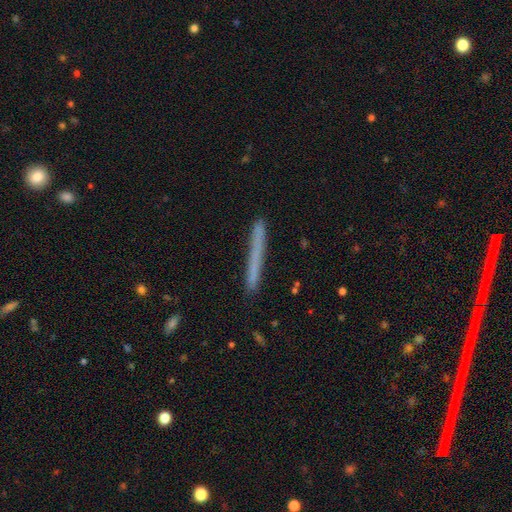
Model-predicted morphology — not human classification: A smooth galaxy with no disk features (62%) that is cigar-shaped (97%).

Vote fractions:
- Smooth or featured? smooth: 62% / featured or disk: 29% / star or artifact: 8%
- How rounded? cigar-shaped: 97% / in between: 2% / round: 1%
- Merging? none: 88% / minor disturbance: 9% / major disturbance: 2% / merger: 1%